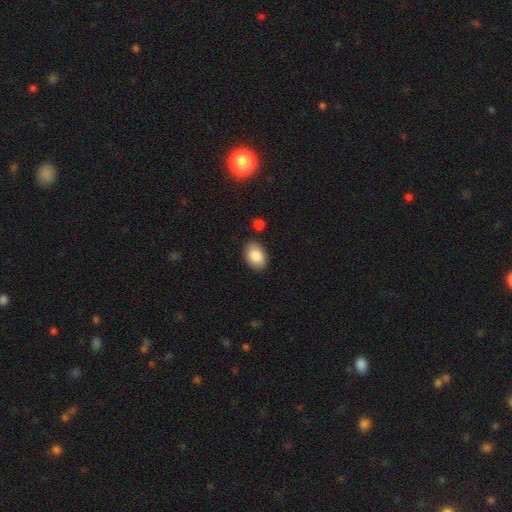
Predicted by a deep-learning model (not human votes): Q: Smooth or featured?
A: smooth (85%); runner-up: featured or disk (8%)
Q: How rounded?
A: in between (85%); runner-up: round (14%)
Q: Merging?
A: none (85%); runner-up: minor disturbance (10%)